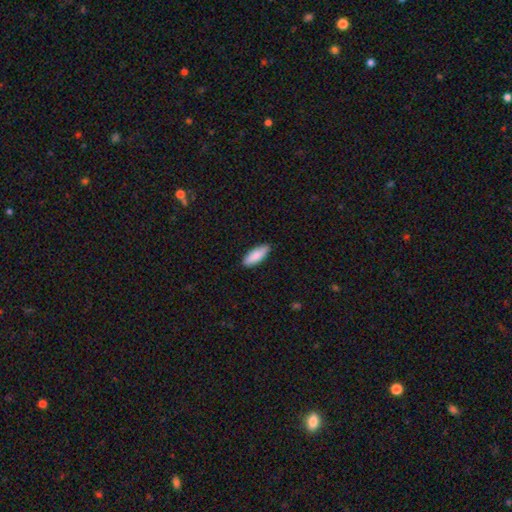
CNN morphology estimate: smooth_or_featured: smooth (p=0.86) [alt: featured or disk p=0.09]
how_rounded: in between (p=0.70) [alt: cigar-shaped p=0.28]
merging: none (p=0.86) [alt: minor disturbance p=0.11]